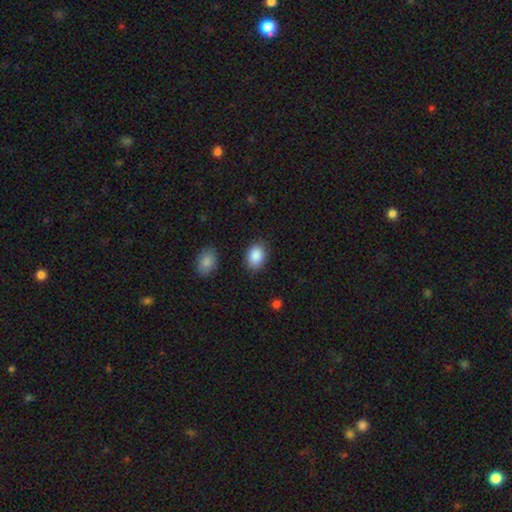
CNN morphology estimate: A smooth galaxy with no disk features (88%) that is in between round and cigar-shaped (75%). Merging: none (84%).